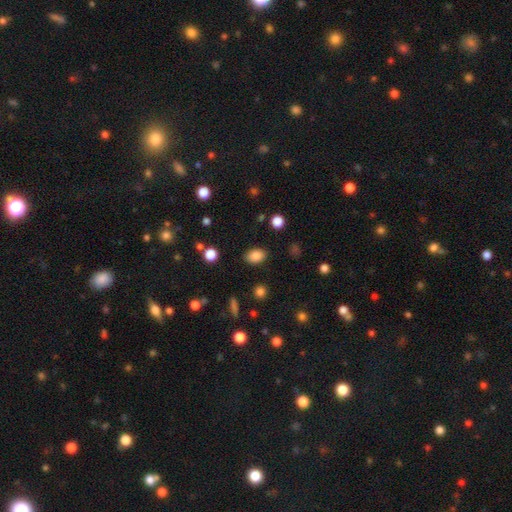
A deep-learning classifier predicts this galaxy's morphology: Overall: smooth (84%). How rounded: in between (83%). Merging: none (86%).